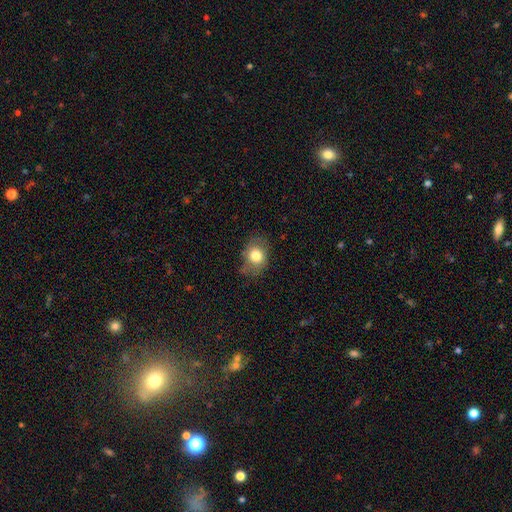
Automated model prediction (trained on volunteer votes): Smooth or featured? smooth (78%)
How rounded? in between (55%)
Merging? none (66%)